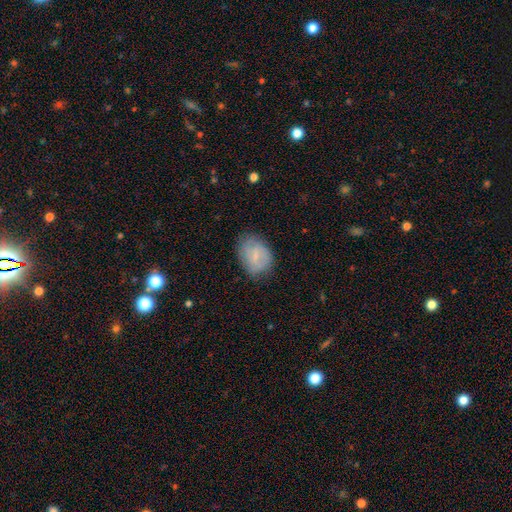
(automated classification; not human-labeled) Smooth or featured? smooth (65%)
How rounded? in between (73%)
Merging? none (72%)